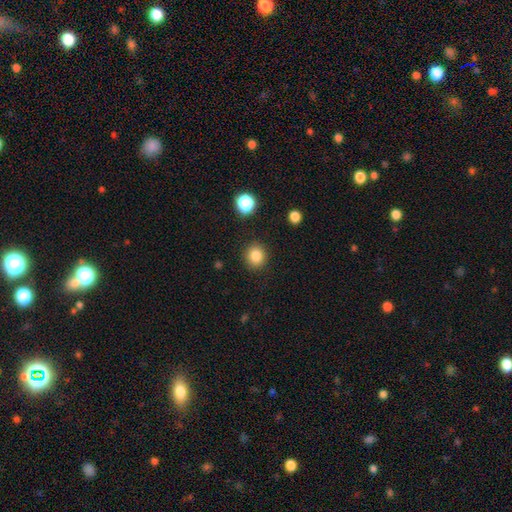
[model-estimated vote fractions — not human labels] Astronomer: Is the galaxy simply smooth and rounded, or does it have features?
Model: smooth — 84%.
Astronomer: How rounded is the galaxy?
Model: round — 86%.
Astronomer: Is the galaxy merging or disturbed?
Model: none — 89%.